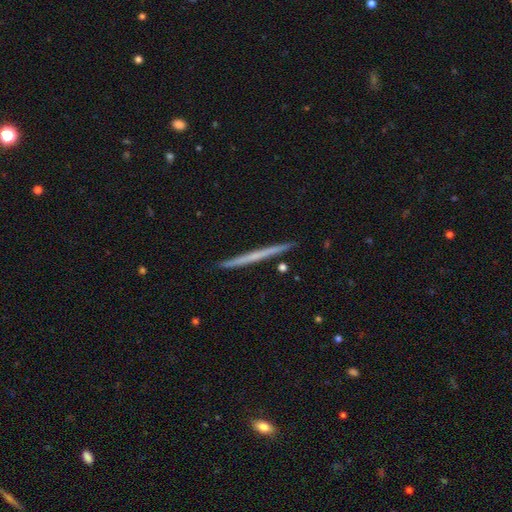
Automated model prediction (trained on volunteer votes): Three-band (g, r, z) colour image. It shows a featured or disk galaxy (53%) viewed edge-on (98%) with no central bulge (88%). Merging: none (92%).